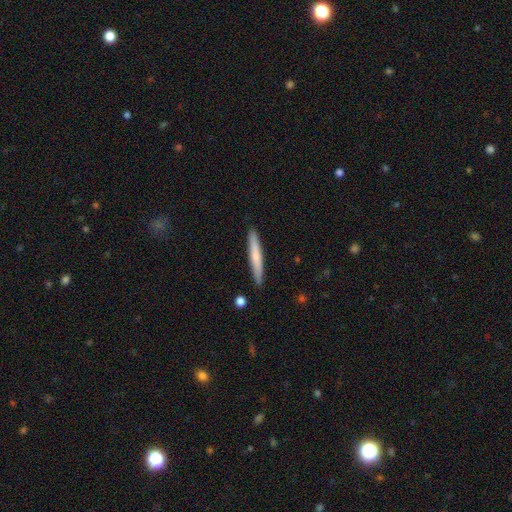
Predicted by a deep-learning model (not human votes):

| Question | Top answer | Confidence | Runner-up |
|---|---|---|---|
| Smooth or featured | smooth | 64% | featured or disk (31%) |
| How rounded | cigar-shaped | 95% | in between (3%) |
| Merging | none | 90% | minor disturbance (7%) |